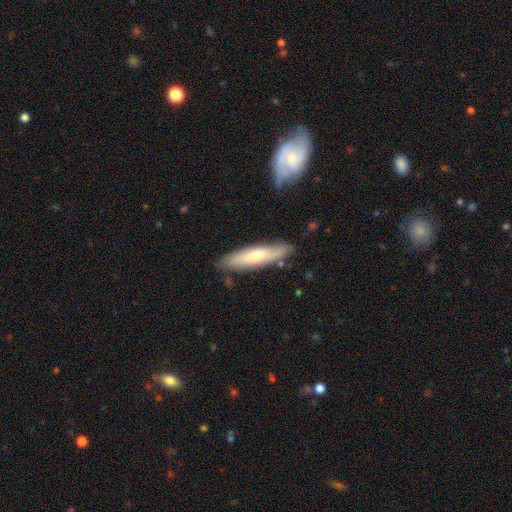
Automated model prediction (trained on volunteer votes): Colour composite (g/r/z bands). It shows a smooth galaxy with no disk features (54%) that is cigar-shaped (79%). Merging: none (79%).